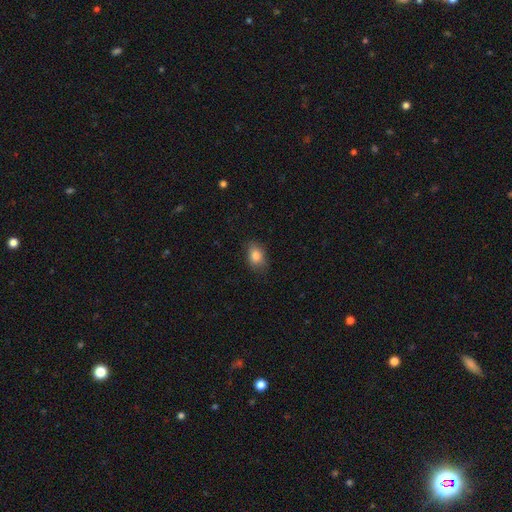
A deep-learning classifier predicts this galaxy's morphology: type=smooth (83%); roundness=in between (76%); merging=none (79%).